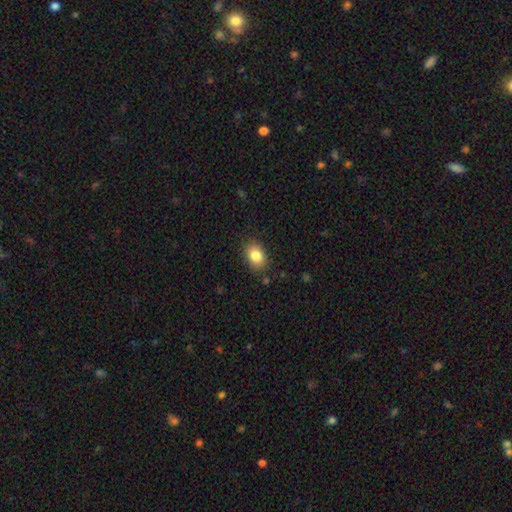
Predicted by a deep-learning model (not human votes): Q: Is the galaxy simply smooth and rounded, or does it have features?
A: smooth — 85%.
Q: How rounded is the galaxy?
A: in between — 76%.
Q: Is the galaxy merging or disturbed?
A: none — 84%.